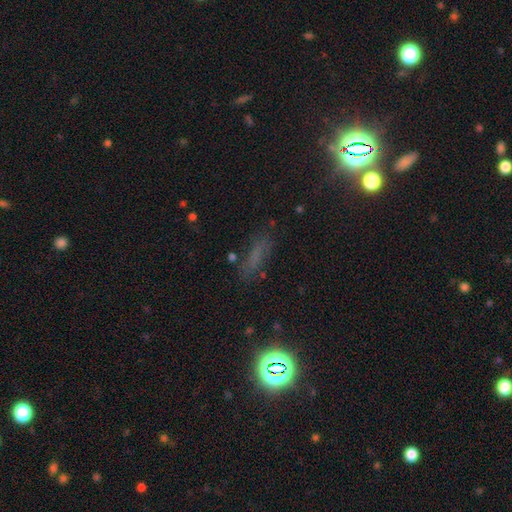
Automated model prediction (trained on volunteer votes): A smooth galaxy with no disk features (46%). Merging: none (72%).